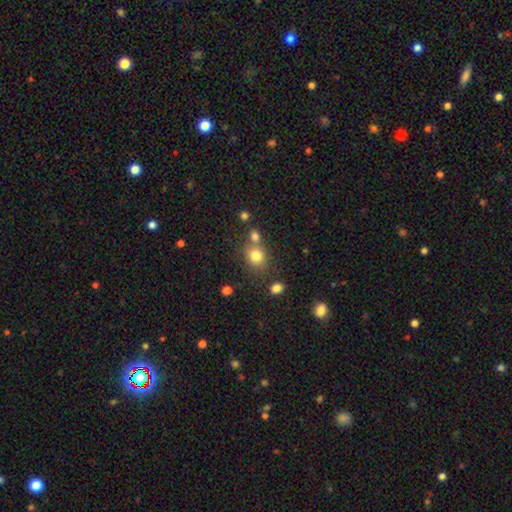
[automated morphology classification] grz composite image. It shows a smooth galaxy with no disk features (78%) that is round (74%). Merging: none (60%).